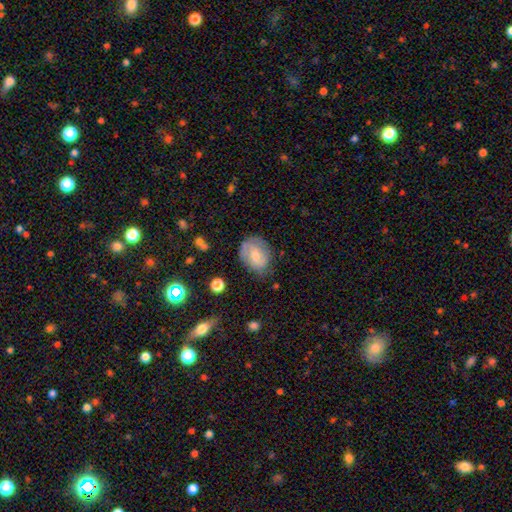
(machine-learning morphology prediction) The model was most divided on "how rounded": round: 52%, in between: 47%, cigar-shaped: 1%. More confident: merging — none (61%); smooth or featured — smooth (61%).